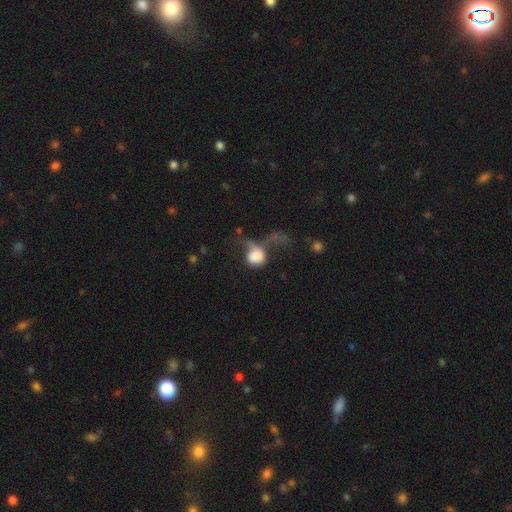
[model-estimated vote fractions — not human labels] Overall: smooth (71%). How rounded: round (65%; in between 33%). Merging: major disturbance (53%; none 16%).